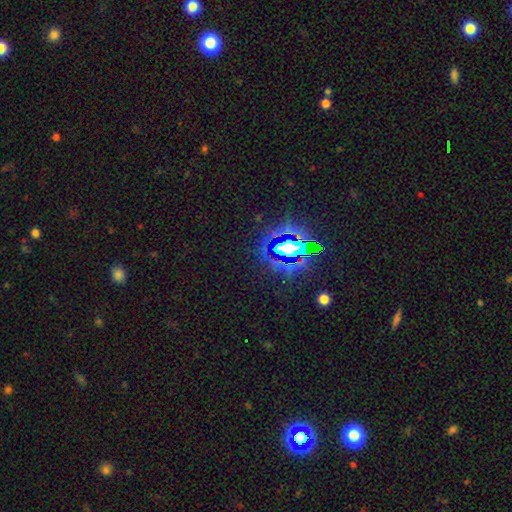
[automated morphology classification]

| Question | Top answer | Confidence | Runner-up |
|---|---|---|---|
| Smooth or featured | star or artifact | 80% | smooth (13%) |